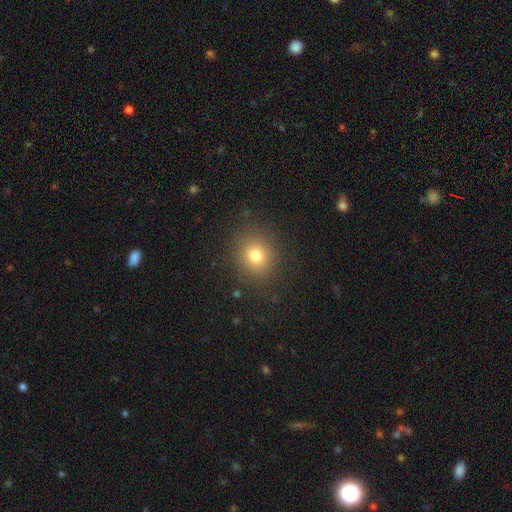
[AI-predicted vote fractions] This is likely a smooth galaxy (77%). How rounded: likely round (76%). Merging: clearly none (87%).